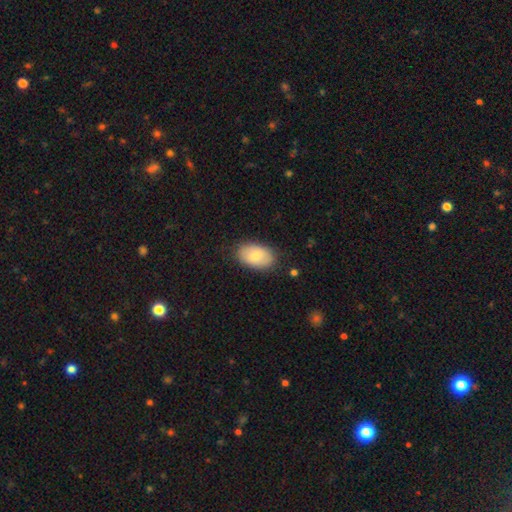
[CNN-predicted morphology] This appears to be a smooth galaxy with no disk features (80%) that is in between round and cigar-shaped (92%). Merging: none (83%).